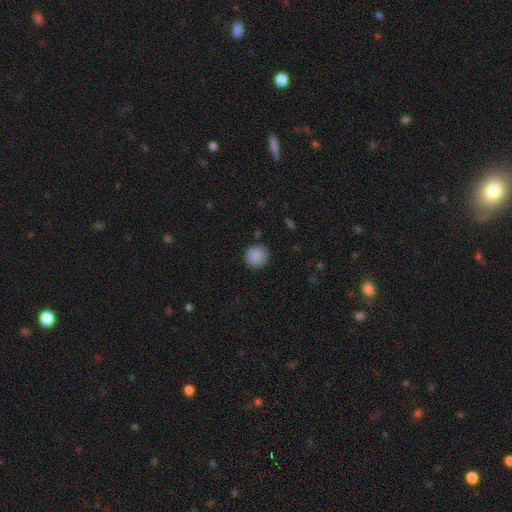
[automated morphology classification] smooth 88%, star or artifact 8%, featured or disk 4%. Down the decision tree: how rounded — round (92%); merging — none (86%).